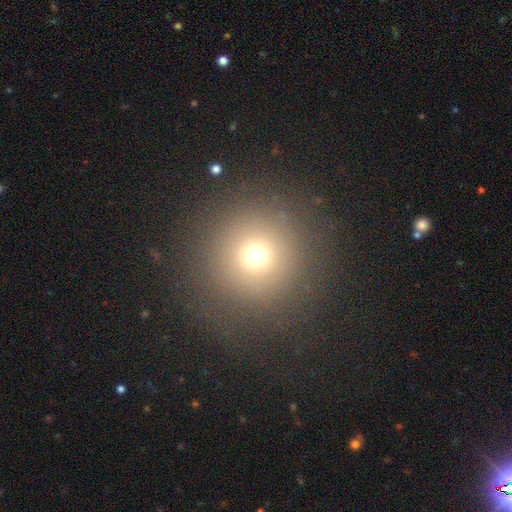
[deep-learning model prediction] smooth 70%, star or artifact 20%, featured or disk 10%. Down the decision tree: how rounded — round (96%); merging — none (87%).